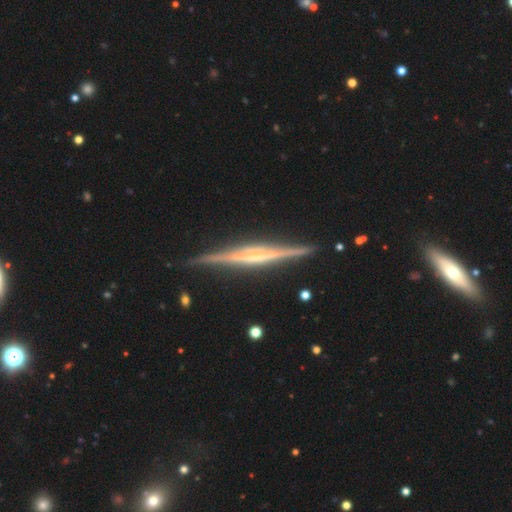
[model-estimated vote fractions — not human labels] Morphology: type=featured or disk (86%); edge-on=yes (98%); edge-on bulge=none (39%); merging=none (89%).